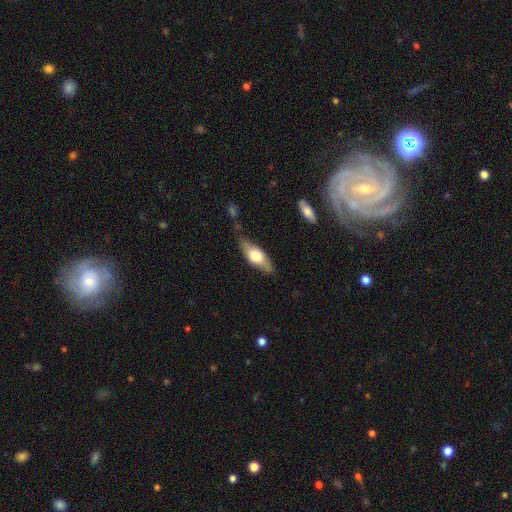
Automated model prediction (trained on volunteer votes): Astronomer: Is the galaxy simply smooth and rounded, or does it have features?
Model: smooth — 56% (runner-up: featured or disk, 38%).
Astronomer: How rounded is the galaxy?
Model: in between — 64%.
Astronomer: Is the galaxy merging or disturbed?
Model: none — 73%.